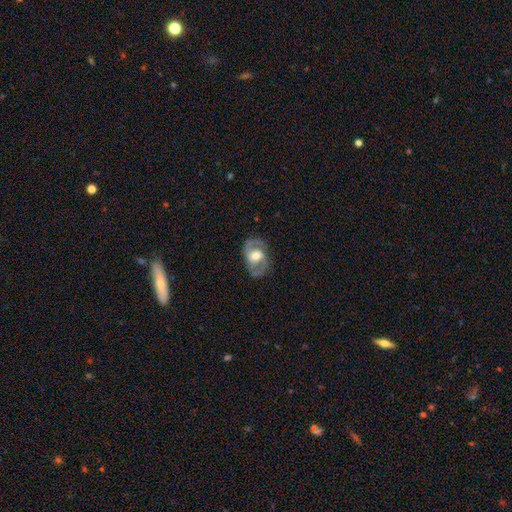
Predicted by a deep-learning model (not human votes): Q: Smooth or featured?
A: featured or disk (80%); runner-up: smooth (15%)
Q: Edge-on disk?
A: no (96%); runner-up: yes (4%)
Q: Bar?
A: weak (44%); runner-up: no (37%)
Q: Spiral arms?
A: yes (88%); runner-up: no (12%)
Q: Spiral winding?
A: medium (55%); runner-up: tight (23%)
Q: Spiral arm count?
A: 2 (89%); runner-up: can't tell (5%)
Q: Bulge size?
A: moderate (68%); runner-up: small (16%)
Q: Merging?
A: none (78%); runner-up: minor disturbance (14%)